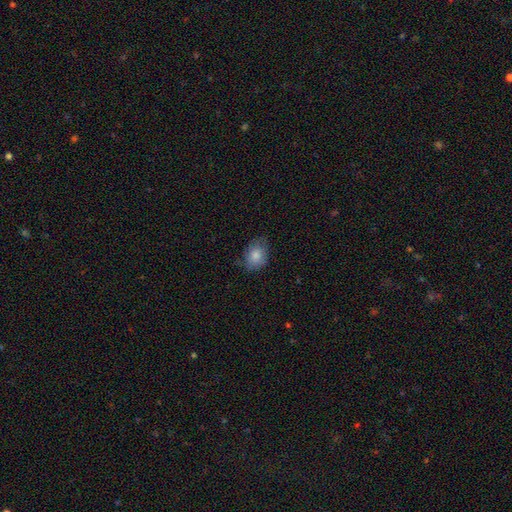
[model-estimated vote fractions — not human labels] Smooth or featured? Predicted: smooth (p=0.83). How rounded? Predicted: in between (p=0.65). Merging? Predicted: none (p=0.67).